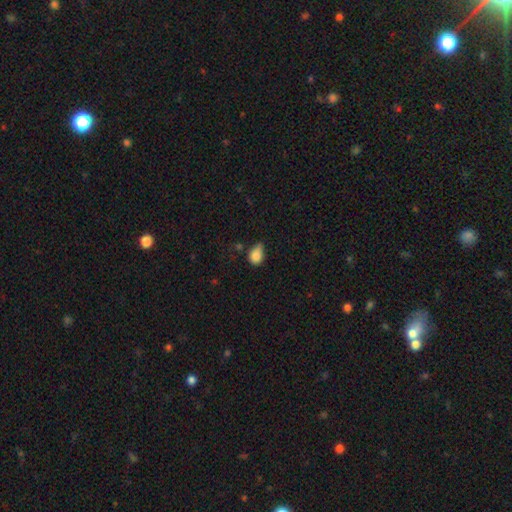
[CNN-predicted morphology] smooth-or-featured: smooth: 82% | star or artifact: 9% | featured or disk: 8%
  how-rounded: in between: 68% | round: 30% | cigar-shaped: 2%
  merging: minor disturbance: 49% | none: 31% | major disturbance: 15% | merger: 5%